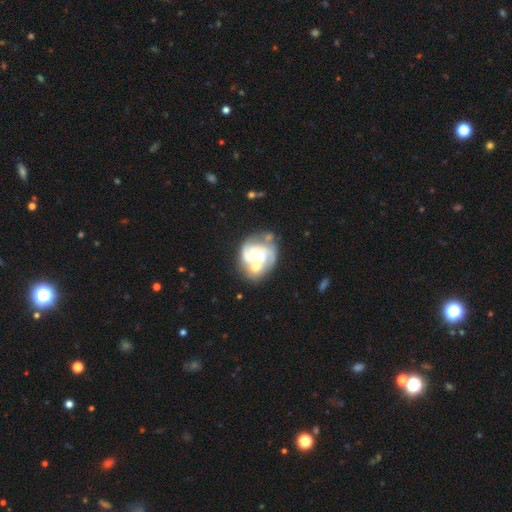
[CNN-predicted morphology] Q: Smooth or featured?
A: featured or disk (79%); runner-up: smooth (15%)
Q: Edge-on disk?
A: no (98%); runner-up: yes (2%)
Q: Bar?
A: no (68%); runner-up: weak (26%)
Q: Spiral arms?
A: yes (86%); runner-up: no (14%)
Q: Spiral winding?
A: tight (43%); runner-up: medium (41%)
Q: Spiral arm count?
A: 2 (46%); runner-up: 3 (22%)
Q: Bulge size?
A: moderate (52%); runner-up: small (37%)
Q: Merging?
A: none (36%); runner-up: merger (35%)